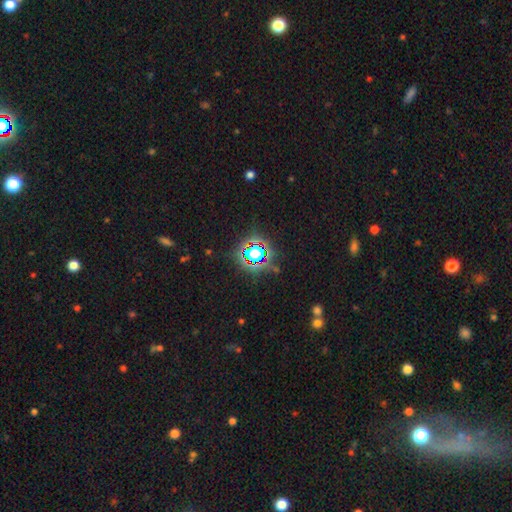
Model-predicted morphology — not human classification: The model was most divided on "smooth or featured": star or artifact: 79%, smooth: 13%, featured or disk: 8%.